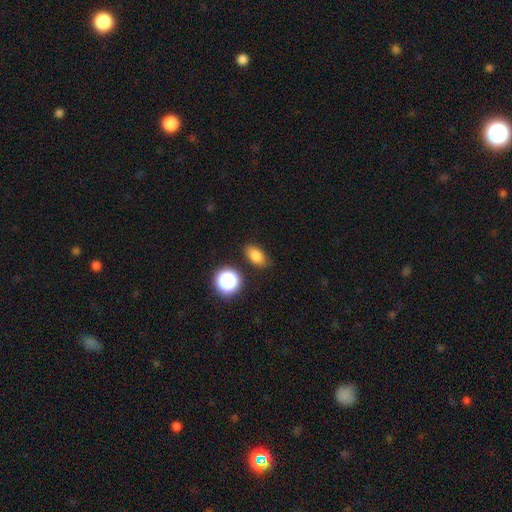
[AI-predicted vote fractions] Morphology: type=smooth (79%); roundness=in between (81%); merging=none (82%).